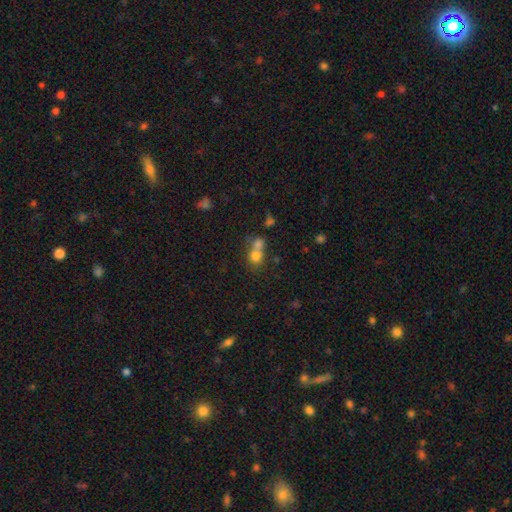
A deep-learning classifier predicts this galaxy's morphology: This is likely a smooth galaxy (74%). How rounded: likely round (74%). Merging: likely merger (60%).